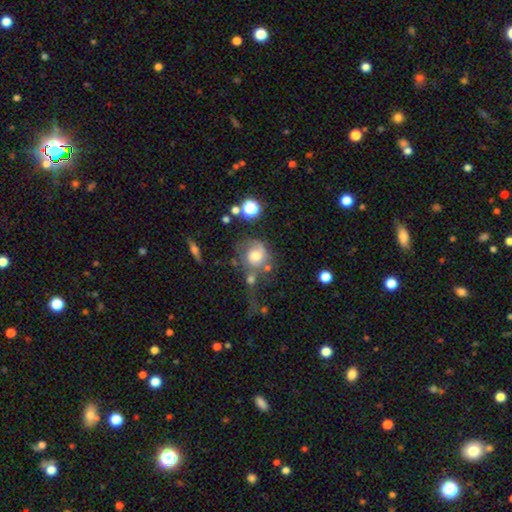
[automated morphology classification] Smooth or featured? smooth (57%)
How rounded? round (79%)
Merging? none (33%)